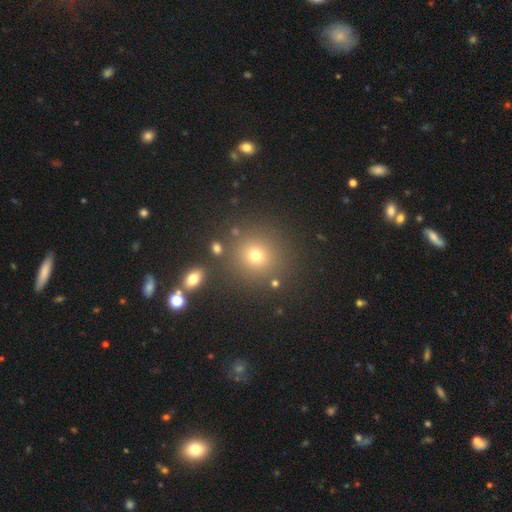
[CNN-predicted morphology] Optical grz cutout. It shows a smooth galaxy with no disk features (70%) that is round (90%). Merging: none (84%).